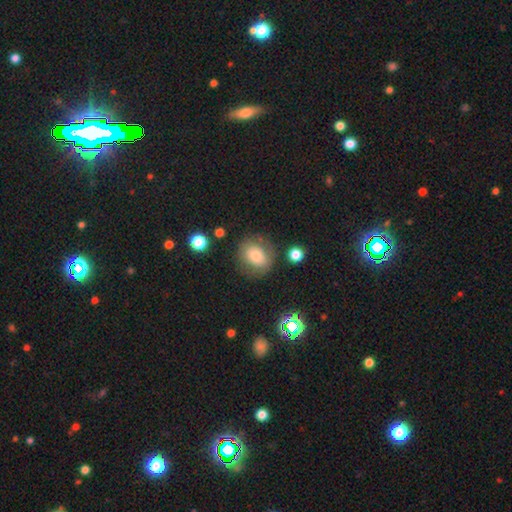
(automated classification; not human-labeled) Morphology: type=smooth (72%); roundness=round (62%); merging=none (73%).